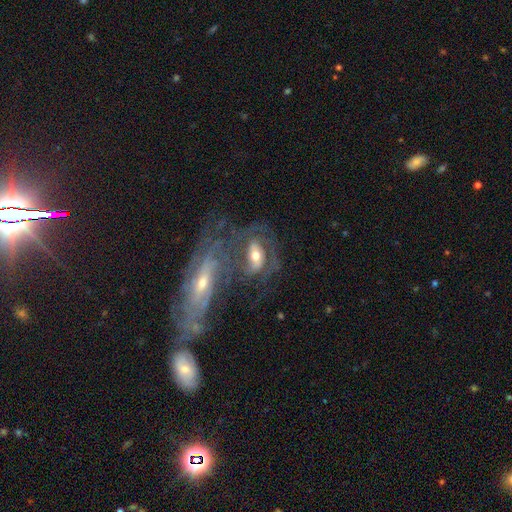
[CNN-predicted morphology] Smooth or featured? Predicted: featured or disk (p=0.74). Edge-on disk? Predicted: no (p=0.92). Bar? Predicted: no (p=0.39). Spiral arms? Predicted: yes (p=0.82). Spiral winding? Predicted: tight (p=0.51). Spiral arm count? Predicted: 2 (p=0.37). Bulge size? Predicted: moderate (p=0.65). Merging? Predicted: none (p=0.36).